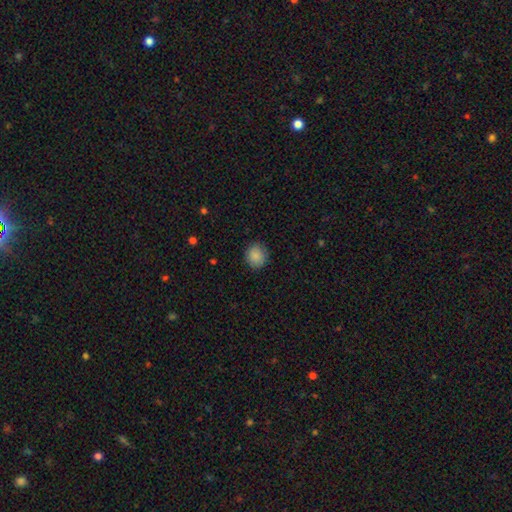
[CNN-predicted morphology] smooth 87%, star or artifact 8%, featured or disk 4%. Down the decision tree: how rounded — round (79%); merging — none (87%).